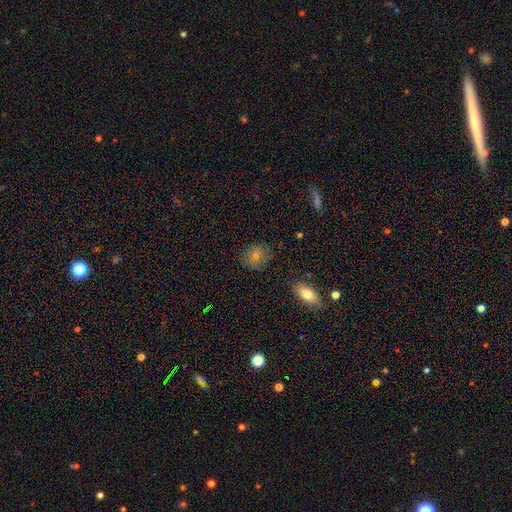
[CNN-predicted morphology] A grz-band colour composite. It shows a smooth galaxy with no disk features (62%) that is round (72%). Merging: none (81%).